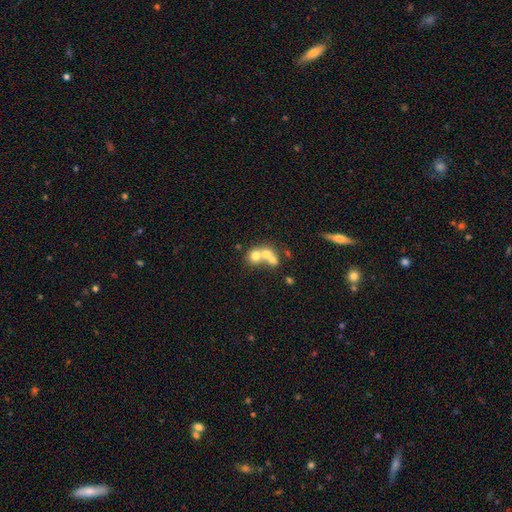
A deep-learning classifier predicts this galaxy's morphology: type=smooth (63%); roundness=round (75%); merging=merger (66%).